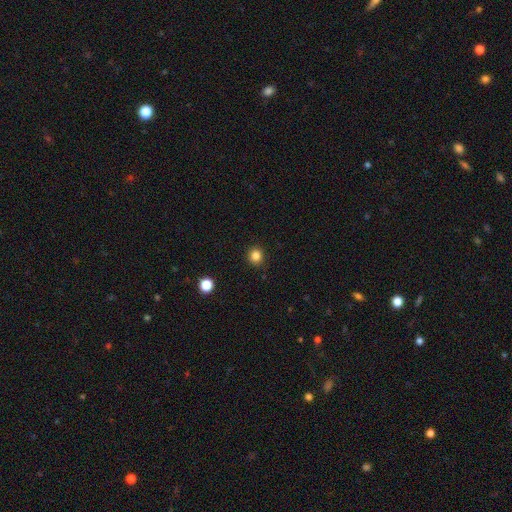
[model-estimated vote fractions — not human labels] A smooth galaxy with no disk features (83%) that is round (90%).

Vote fractions:
- Smooth or featured? smooth: 83% / star or artifact: 12% / featured or disk: 4%
- How rounded? round: 90% / in between: 9% / cigar-shaped: 1%
- Merging? none: 91% / minor disturbance: 6% / major disturbance: 2% / merger: 1%